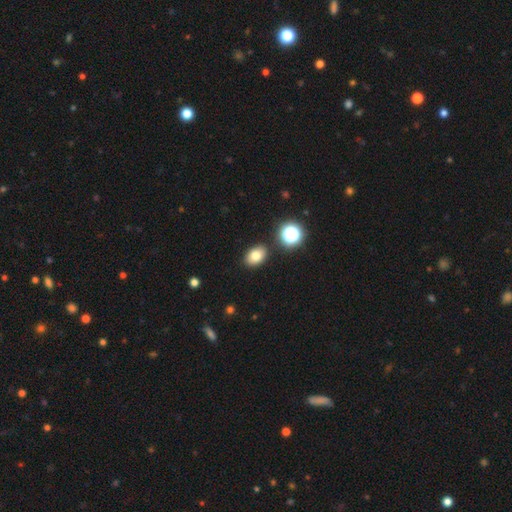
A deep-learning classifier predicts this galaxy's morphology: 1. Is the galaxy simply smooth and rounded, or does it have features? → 80% smooth, 12% star or artifact, 9% featured or disk.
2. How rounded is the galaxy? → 79% in between, 20% round, 1% cigar-shaped.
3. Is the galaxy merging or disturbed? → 86% none, 8% minor disturbance, 3% merger, 2% major disturbance.